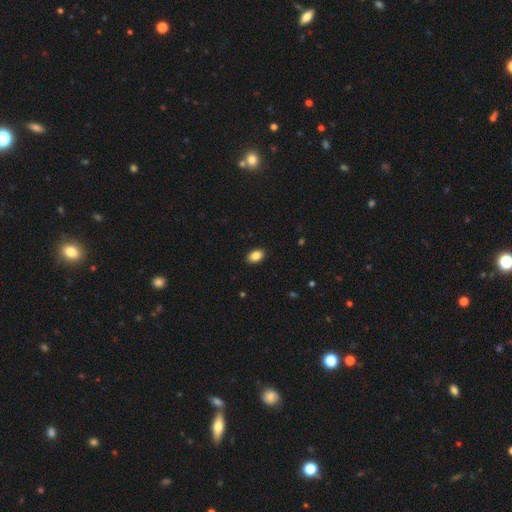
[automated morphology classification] A smooth galaxy with no disk features (86%) that is in between round and cigar-shaped (89%). Merging: none (90%).